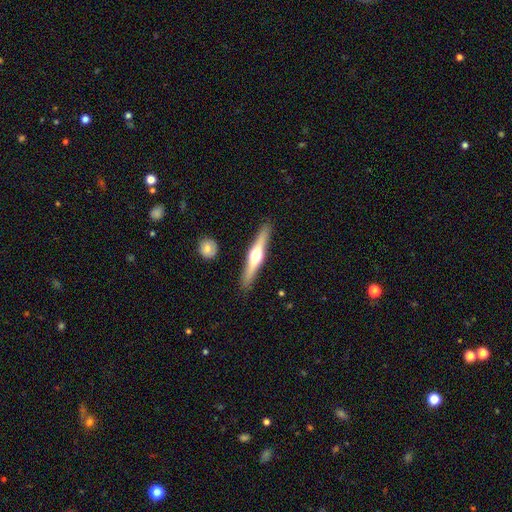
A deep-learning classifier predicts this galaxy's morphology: smooth-or-featured: featured or disk: 69% | smooth: 26% | star or artifact: 5%
  disk-edge-on: yes: 97% | no: 3%
    edge-on-bulge: rounded: 93% | boxy: 4% | none: 3%
  merging: none: 89% | minor disturbance: 8% | major disturbance: 2% | merger: 2%